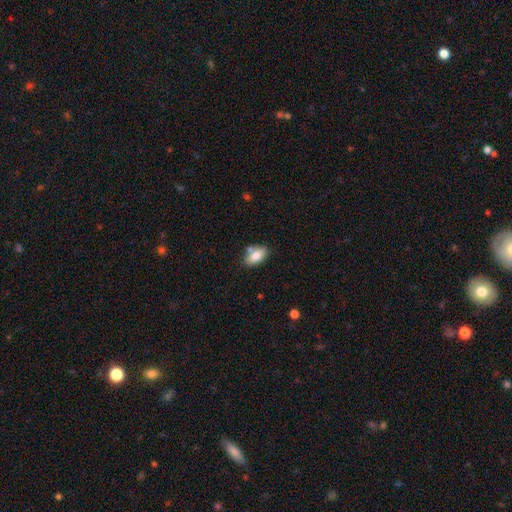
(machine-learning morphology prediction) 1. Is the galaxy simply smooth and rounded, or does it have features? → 80% smooth, 12% featured or disk, 7% star or artifact.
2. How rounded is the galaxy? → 90% in between, 5% cigar-shaped, 5% round.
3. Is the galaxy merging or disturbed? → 70% none, 15% minor disturbance, 12% merger, 3% major disturbance.